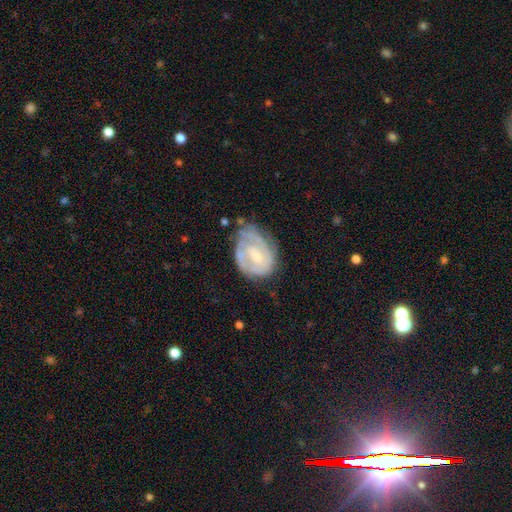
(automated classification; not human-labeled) Smooth or featured?
  - featured or disk: 73% *
  - smooth: 21%
  - star or artifact: 6%
Edge-on disk?
  - no: 97% *
  - yes: 3%
Bar?
  - no: 51% *
  - weak: 41%
  - strong: 8%
Spiral arms?
  - yes: 82% *
  - no: 18%
Spiral winding?
  - tight: 61% *
  - medium: 29%
  - loose: 9%
Spiral arm count?
  - 2: 37% *
  - can't tell: 36%
  - 1: 11%
  - 3: 11%
  - 4: 3%
  - more than 4: 2%
Bulge size?
  - small: 58% *
  - moderate: 34%
  - none: 5%
  - large: 2%
  - dominant: 1%
Merging?
  - none: 51% *
  - minor disturbance: 31%
  - major disturbance: 15%
  - merger: 3%